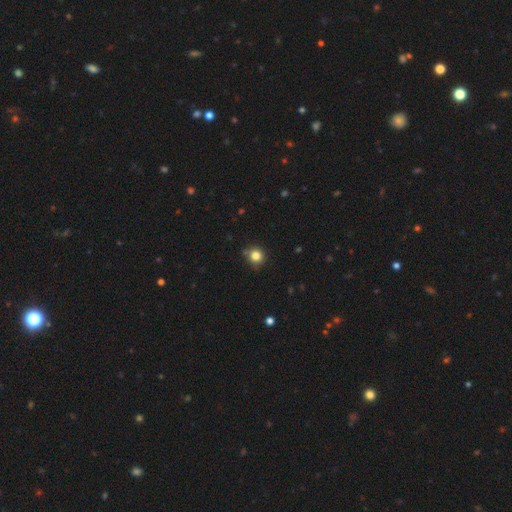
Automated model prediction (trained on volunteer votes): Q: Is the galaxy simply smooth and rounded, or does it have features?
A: smooth — 82%.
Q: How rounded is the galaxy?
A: round — 91%.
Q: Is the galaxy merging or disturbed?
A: none — 80%.